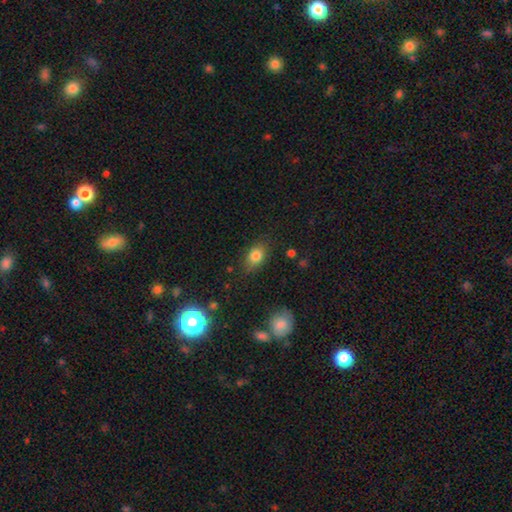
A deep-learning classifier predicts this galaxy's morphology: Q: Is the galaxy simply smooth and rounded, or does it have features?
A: smooth — 81%.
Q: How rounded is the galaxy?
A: in between — 77%.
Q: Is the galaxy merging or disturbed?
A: none — 79%.